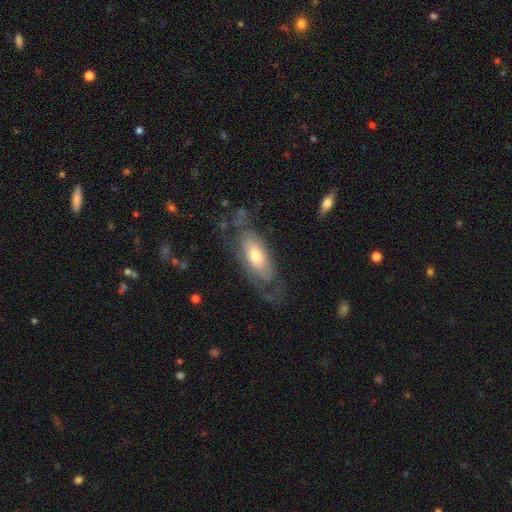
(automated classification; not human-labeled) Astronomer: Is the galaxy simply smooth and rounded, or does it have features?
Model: featured or disk — 60%.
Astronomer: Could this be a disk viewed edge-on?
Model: no — 83%.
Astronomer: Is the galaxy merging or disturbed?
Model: none — 56%.